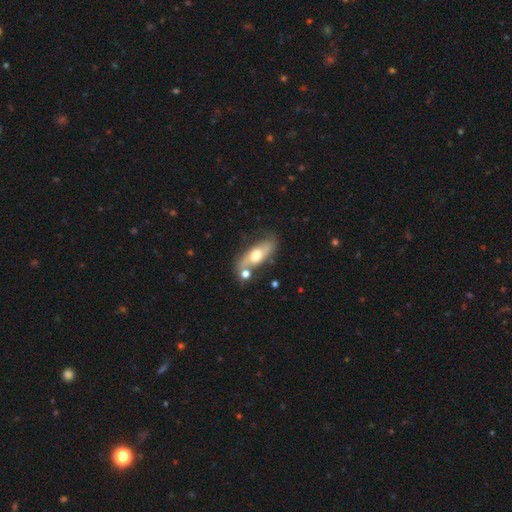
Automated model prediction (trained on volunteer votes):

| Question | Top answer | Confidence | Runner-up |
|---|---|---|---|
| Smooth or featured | smooth | 47% | featured or disk (46%) |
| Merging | none | 62% | minor disturbance (18%) |